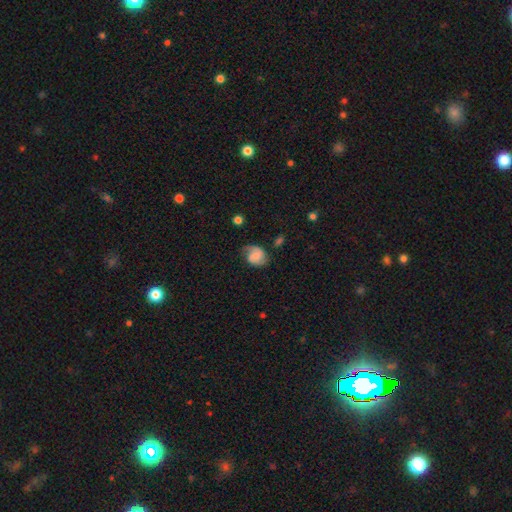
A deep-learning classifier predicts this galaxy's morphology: Smooth or featured: featured or disk — 52% (smooth — 39%)
Edge-on disk: no — 97% (yes — 3%)
Bar: no — 58% (weak — 34%)
Spiral arms: yes — 91% (no — 9%)
Bulge size: none — 38% (small — 34%)
Merging: none — 57% (minor disturbance — 27%)